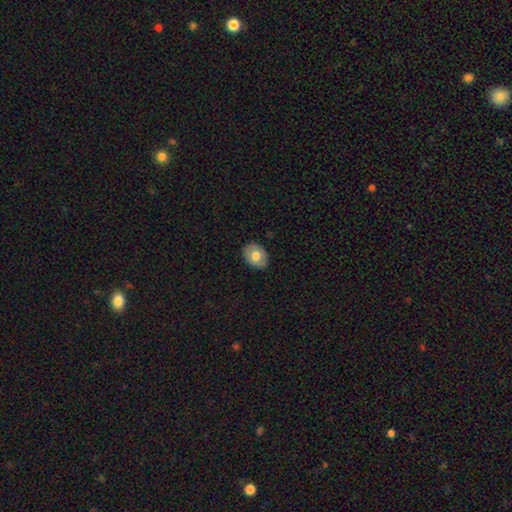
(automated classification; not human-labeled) This is likely a smooth galaxy (71%). How rounded: likely in between (68%). Merging: clearly none (87%).